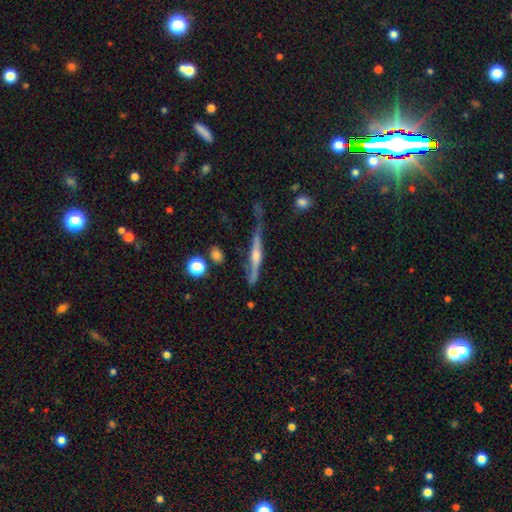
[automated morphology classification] Smooth or featured: featured or disk — 70% (smooth — 16%)
Edge-on disk: yes — 92% (no — 8%)
Edge-on bulge: rounded — 79% (none — 12%)
Merging: none — 67% (minor disturbance — 21%)